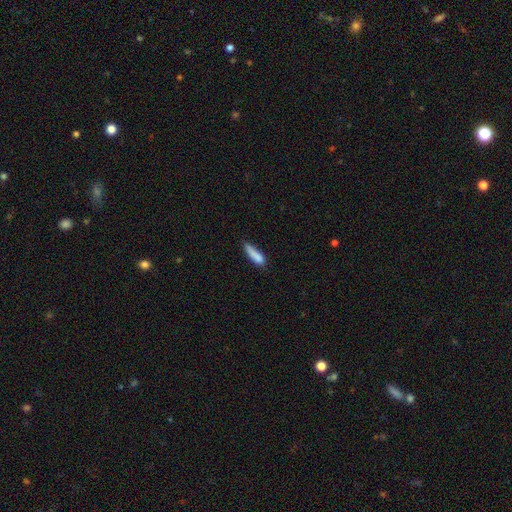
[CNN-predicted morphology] smooth 83%, featured or disk 10%, star or artifact 8%. Down the decision tree: how rounded — cigar-shaped (74%); merging — none (59%).